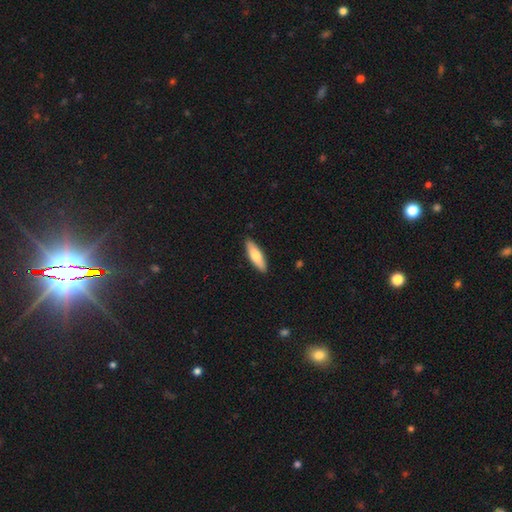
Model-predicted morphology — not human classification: smooth-or-featured: smooth: 71% | featured or disk: 24% | star or artifact: 5%
  how-rounded: cigar-shaped: 57% | in between: 41% | round: 2%
  merging: none: 89% | minor disturbance: 8% | major disturbance: 2% | merger: 1%